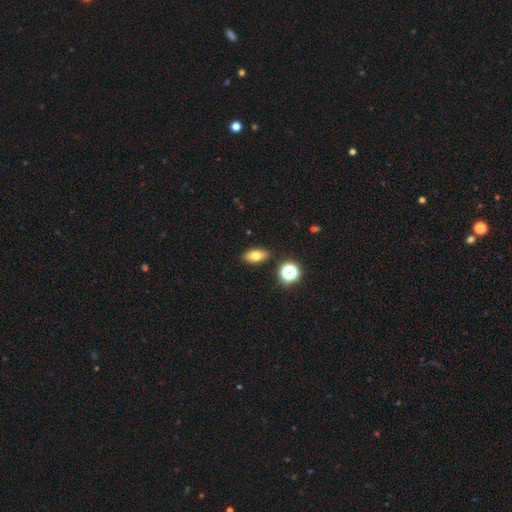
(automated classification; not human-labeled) smooth_or_featured: smooth (p=0.72) [alt: featured or disk p=0.16]
how_rounded: in between (p=0.83) [alt: round p=0.10]
merging: none (p=0.87) [alt: minor disturbance p=0.08]